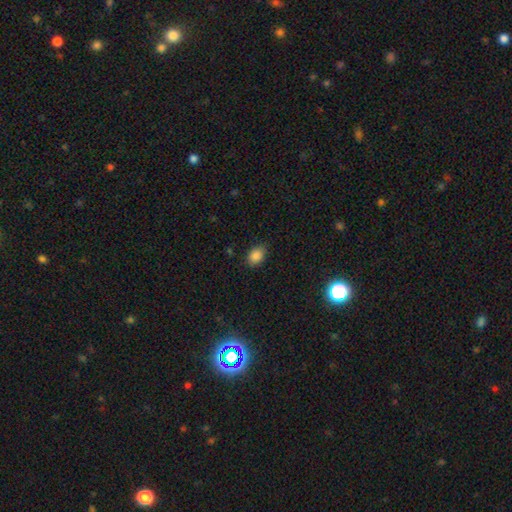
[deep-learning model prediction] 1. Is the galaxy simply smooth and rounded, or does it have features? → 86% smooth, 10% star or artifact, 4% featured or disk.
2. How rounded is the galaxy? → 75% in between, 24% round, 1% cigar-shaped.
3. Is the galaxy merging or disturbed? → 76% none, 19% minor disturbance, 4% major disturbance, 1% merger.